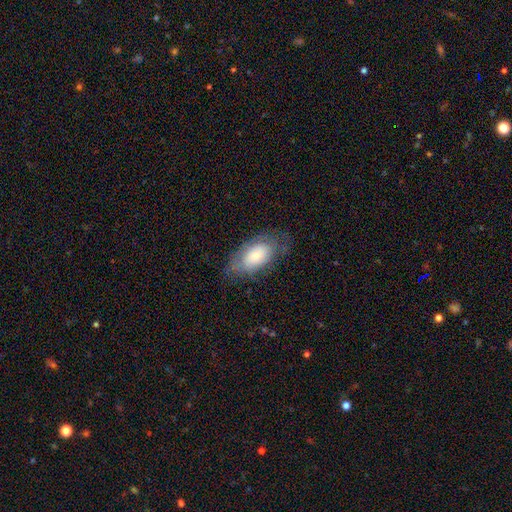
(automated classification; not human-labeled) The model was most divided on "merging": none: 63%, minor disturbance: 24%, major disturbance: 12%, merger: 1%. More confident: how rounded — in between (93%); smooth or featured — smooth (70%).